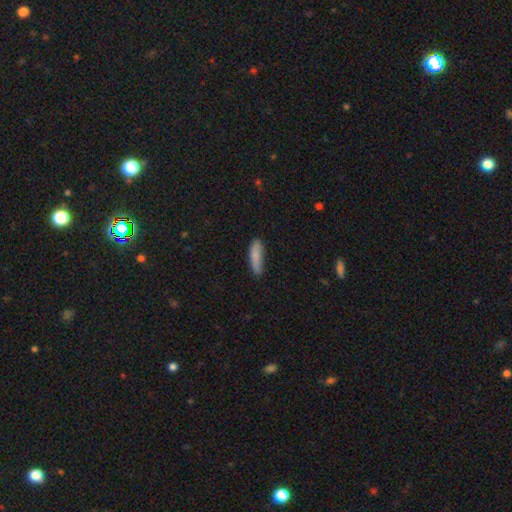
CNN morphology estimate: smooth-or-featured: smooth: 83% | featured or disk: 10% | star or artifact: 7%
  how-rounded: cigar-shaped: 62% | in between: 37% | round: 2%
  merging: none: 66% | minor disturbance: 26% | major disturbance: 6% | merger: 3%